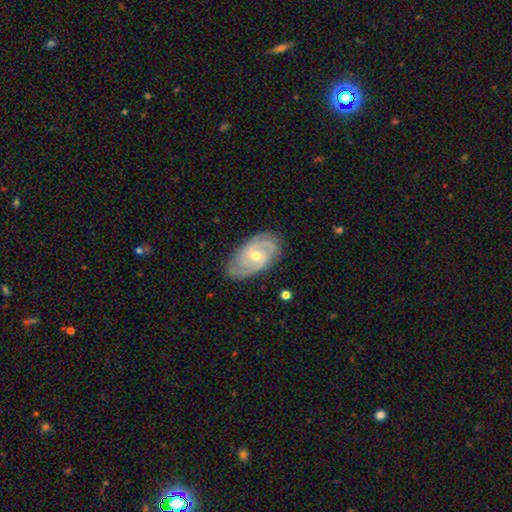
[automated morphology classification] type=featured or disk (83%); edge-on=no (95%); bar=no (49%); spiral arms=yes (94%); winding=tight (50%); arm count=2 (53%); bulge=moderate (53%); merging=none (78%).